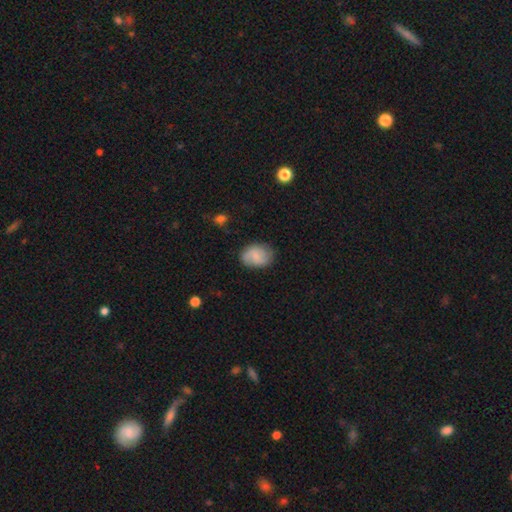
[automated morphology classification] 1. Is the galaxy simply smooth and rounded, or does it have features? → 61% smooth, 32% featured or disk, 8% star or artifact.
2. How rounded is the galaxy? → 62% in between, 37% round, 1% cigar-shaped.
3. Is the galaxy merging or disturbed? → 76% none, 18% minor disturbance, 5% major disturbance, 1% merger.